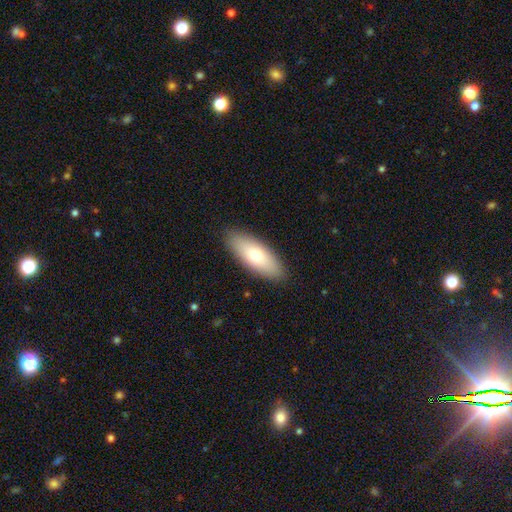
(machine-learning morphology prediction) smooth_or_featured: smooth (p=0.69) [alt: featured or disk p=0.24]
how_rounded: in between (p=0.77) [alt: cigar-shaped p=0.20]
merging: none (p=0.88) [alt: minor disturbance p=0.09]